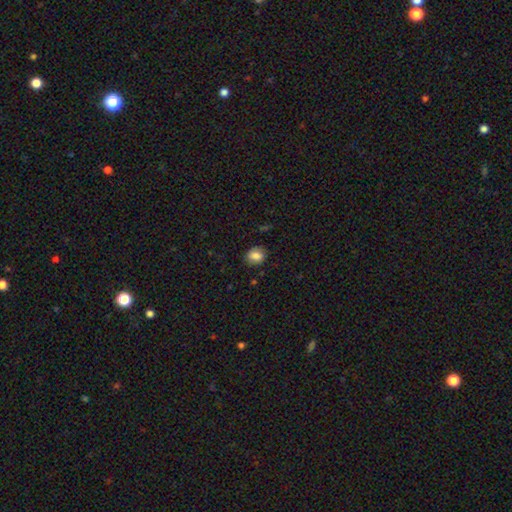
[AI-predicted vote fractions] Overall: smooth (83%). How rounded: round (52%; in between 46%). Merging: none (84%).